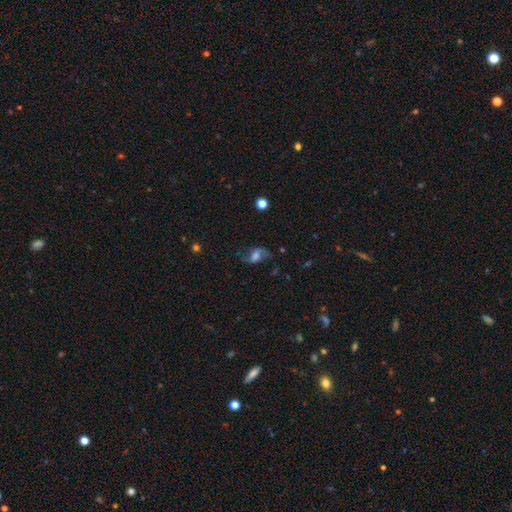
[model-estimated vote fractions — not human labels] Q: Smooth or featured?
A: featured or disk (60%); runner-up: smooth (29%)
Q: Edge-on disk?
A: no (94%); runner-up: yes (6%)
Q: Bar?
A: weak (45%); runner-up: no (35%)
Q: Spiral arms?
A: yes (86%); runner-up: no (14%)
Q: Bulge size?
A: moderate (40%); runner-up: large (23%)
Q: Merging?
A: none (62%); runner-up: minor disturbance (20%)